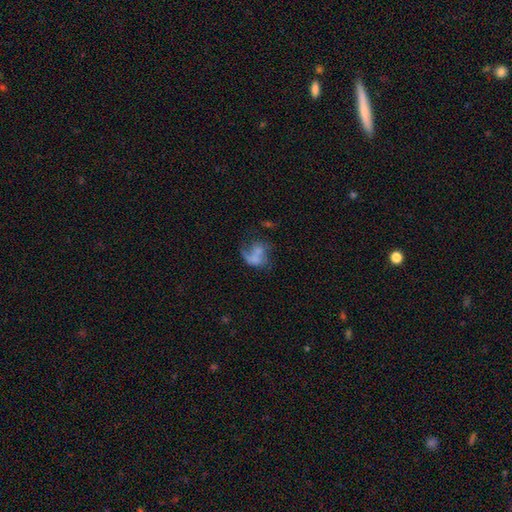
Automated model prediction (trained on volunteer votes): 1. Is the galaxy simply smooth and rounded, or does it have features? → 44% smooth, 43% featured or disk, 13% star or artifact.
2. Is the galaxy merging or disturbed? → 39% major disturbance, 25% none, 20% merger, 16% minor disturbance.